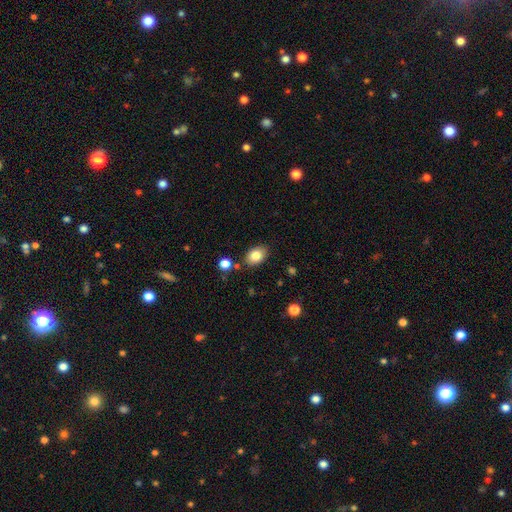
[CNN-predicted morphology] Smooth or featured?
  - smooth: 83% *
  - featured or disk: 9%
  - star or artifact: 9%
How rounded?
  - in between: 79% *
  - round: 20%
  - cigar-shaped: 1%
Merging?
  - none: 82% *
  - minor disturbance: 12%
  - merger: 4%
  - major disturbance: 3%